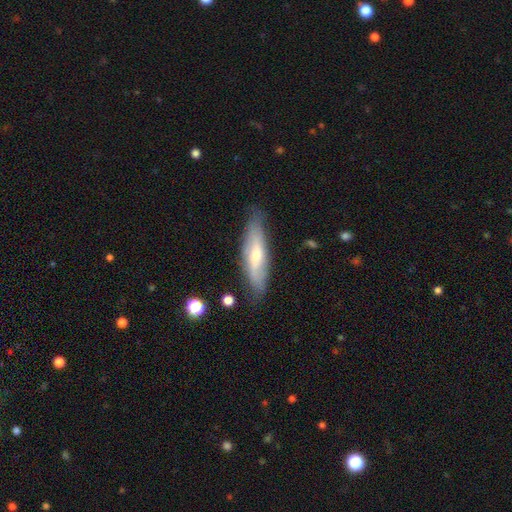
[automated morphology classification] A featured or disk galaxy (50%).

Vote fractions:
- Smooth or featured? featured or disk: 50% / smooth: 44% / star or artifact: 6%
- Merging? none: 80% / minor disturbance: 15% / major disturbance: 3% / merger: 2%